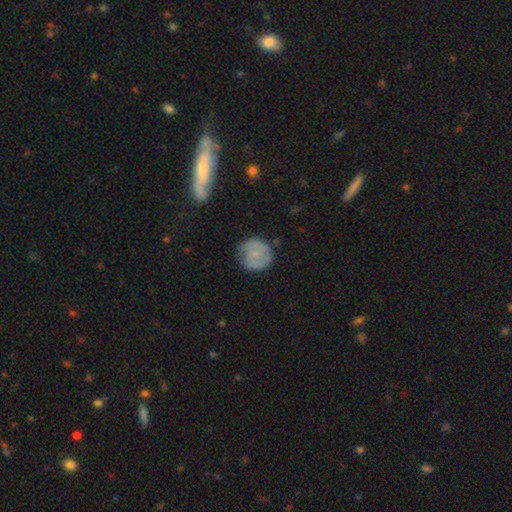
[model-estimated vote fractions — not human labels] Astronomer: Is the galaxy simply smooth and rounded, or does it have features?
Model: smooth — 55% (runner-up: featured or disk, 38%).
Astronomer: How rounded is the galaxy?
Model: round — 90%.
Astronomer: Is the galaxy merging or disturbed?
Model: none — 66%.